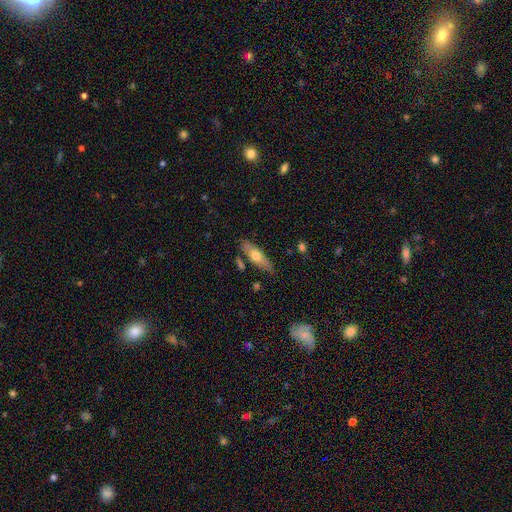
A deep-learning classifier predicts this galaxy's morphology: A smooth galaxy with no disk features (59%) that is in between round and cigar-shaped (55%).

Vote fractions:
- Smooth or featured? smooth: 59% / featured or disk: 35% / star or artifact: 6%
- How rounded? in between: 55% / cigar-shaped: 42% / round: 3%
- Merging? none: 76% / minor disturbance: 15% / merger: 5% / major disturbance: 3%